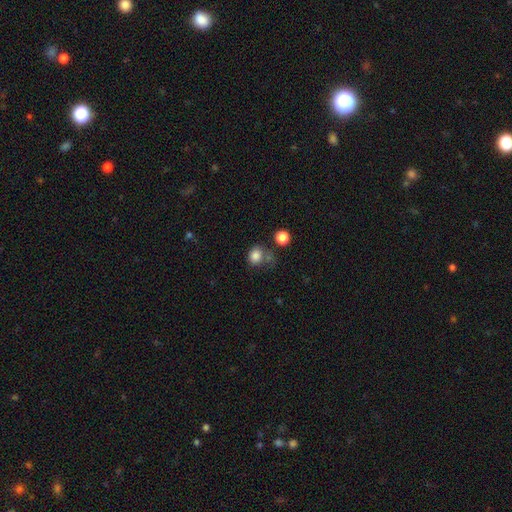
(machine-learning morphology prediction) Smooth or featured? Predicted: smooth (p=0.83). How rounded? Predicted: round (p=0.68). Merging? Predicted: none (p=0.56).